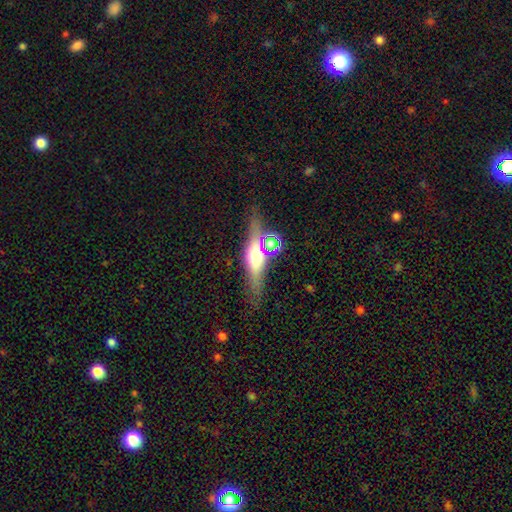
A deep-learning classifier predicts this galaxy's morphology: smooth_or_featured: featured or disk (p=0.59) [alt: smooth p=0.31]
disk_edge_on: yes (p=0.91) [alt: no p=0.09]
edge_on_bulge: rounded (p=0.90) [alt: boxy p=0.07]
merging: none (p=0.78) [alt: minor disturbance p=0.12]